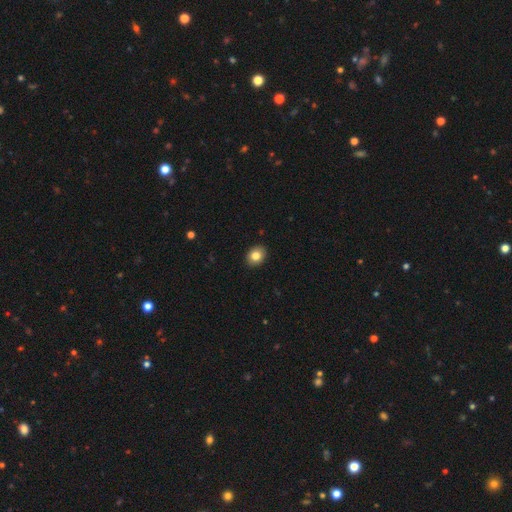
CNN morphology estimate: Q: Smooth or featured?
A: smooth (83%); runner-up: star or artifact (9%)
Q: How rounded?
A: in between (54%); runner-up: round (45%)
Q: Merging?
A: none (90%); runner-up: minor disturbance (7%)